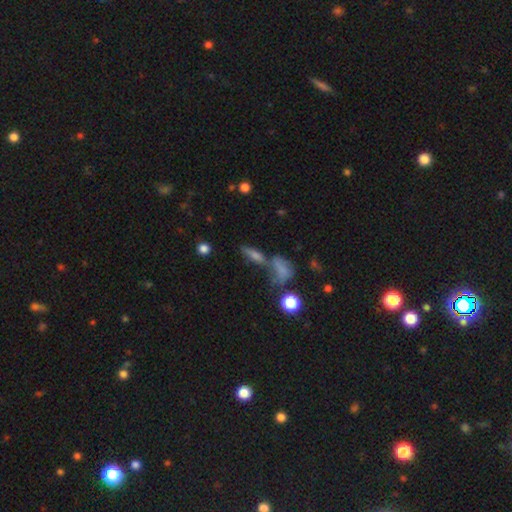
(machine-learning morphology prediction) smooth-or-featured: smooth: 52% | featured or disk: 30% | star or artifact: 18%
  how-rounded: cigar-shaped: 46% | in between: 43% | round: 11%
  merging: none: 48% | merger: 33% | minor disturbance: 12% | major disturbance: 7%